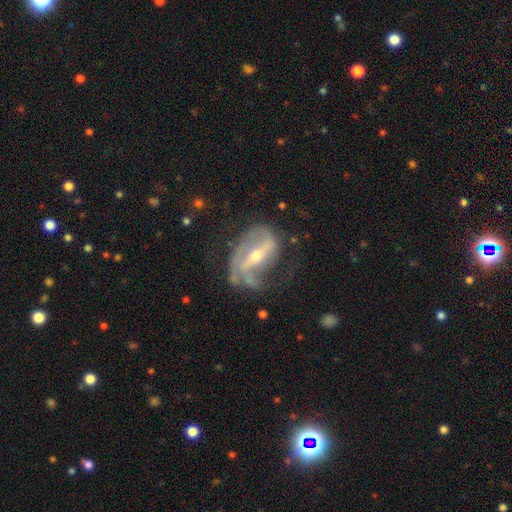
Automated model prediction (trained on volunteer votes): Smooth or featured?
  - featured or disk: 86% *
  - smooth: 8%
  - star or artifact: 6%
Edge-on disk?
  - no: 95% *
  - yes: 5%
Bar?
  - strong: 56% *
  - weak: 31%
  - no: 13%
Spiral arms?
  - yes: 91% *
  - no: 9%
Spiral winding?
  - medium: 39% *
  - loose: 38%
  - tight: 23%
Spiral arm count?
  - 2: 62% *
  - can't tell: 14%
  - 1: 12%
  - 3: 8%
  - 4: 2%
  - more than 4: 2%
Bulge size?
  - small: 50% *
  - moderate: 47%
  - large: 2%
  - none: 1%
  - dominant: 1%
Merging?
  - none: 50% *
  - minor disturbance: 25%
  - major disturbance: 23%
  - merger: 3%